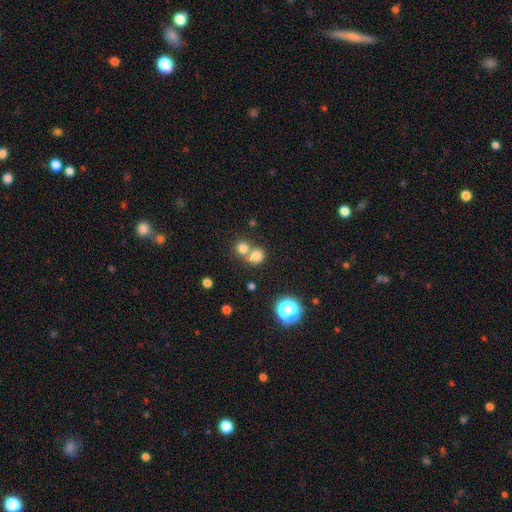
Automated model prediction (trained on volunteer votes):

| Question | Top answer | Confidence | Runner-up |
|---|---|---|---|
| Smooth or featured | smooth | 76% | star or artifact (14%) |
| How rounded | round | 78% | in between (21%) |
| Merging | merger | 51% | none (39%) |